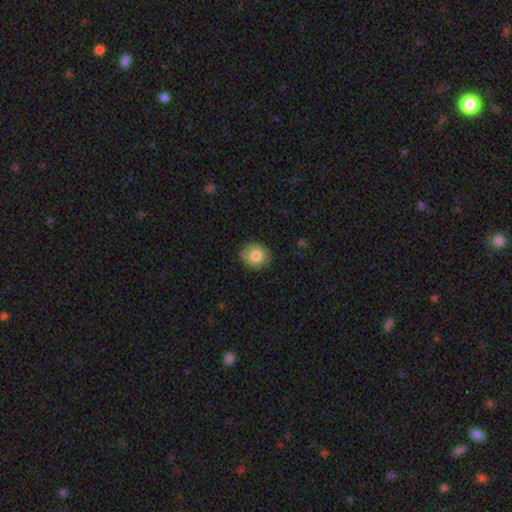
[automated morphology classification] smooth_or_featured: smooth (p=0.77) [alt: featured or disk p=0.14]
how_rounded: round (p=0.81) [alt: in between p=0.19]
merging: none (p=0.82) [alt: minor disturbance p=0.13]